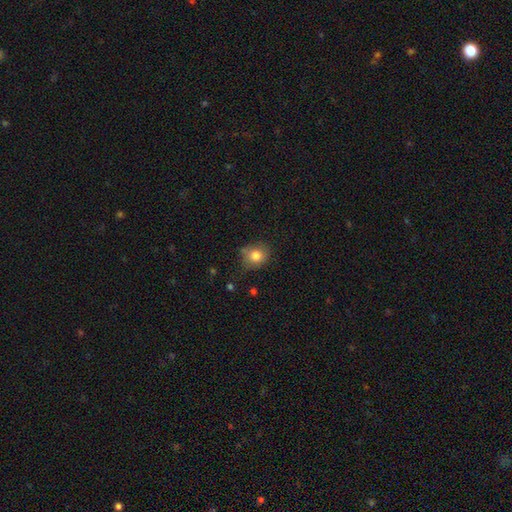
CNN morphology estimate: smooth_or_featured: smooth (p=0.81) [alt: star or artifact p=0.10]
how_rounded: round (p=0.73) [alt: in between p=0.26]
merging: none (p=0.65) [alt: minor disturbance p=0.26]